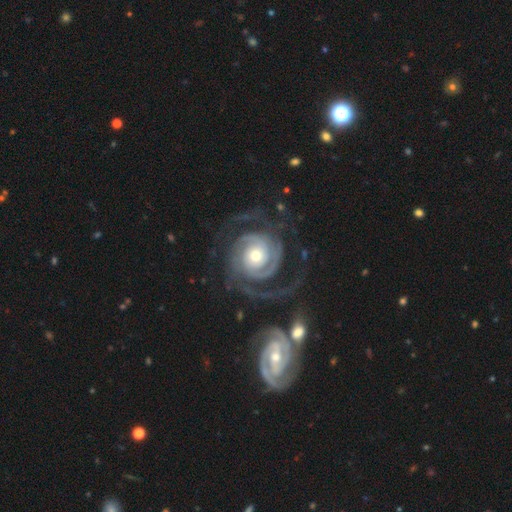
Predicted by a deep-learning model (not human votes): Morphology: type=featured or disk (92%); edge-on=no (98%); bar=no (73%); spiral arms=yes (98%); winding=tight (66%); arm count=2 (58%); bulge=moderate (55%); merging=none (67%).